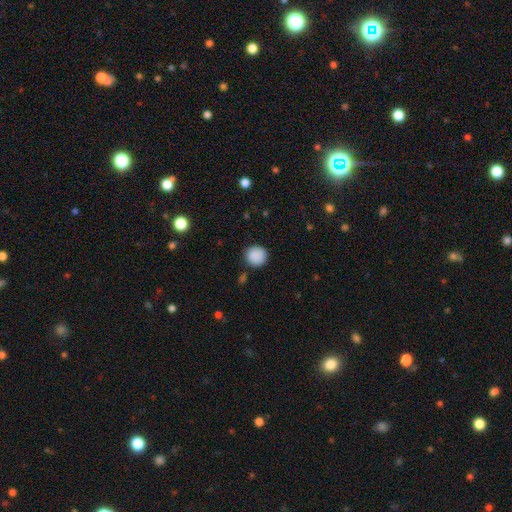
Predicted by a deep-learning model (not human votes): This appears to be a smooth galaxy with no disk features (89%) that is round (93%). Merging: none (88%).